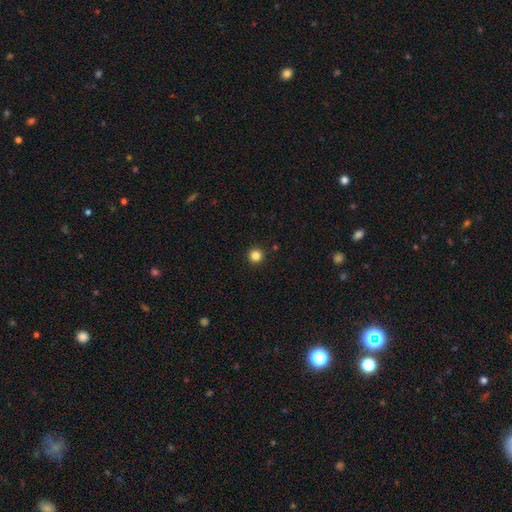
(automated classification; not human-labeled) Morphology: type=smooth (83%); roundness=round (96%); merging=none (94%).